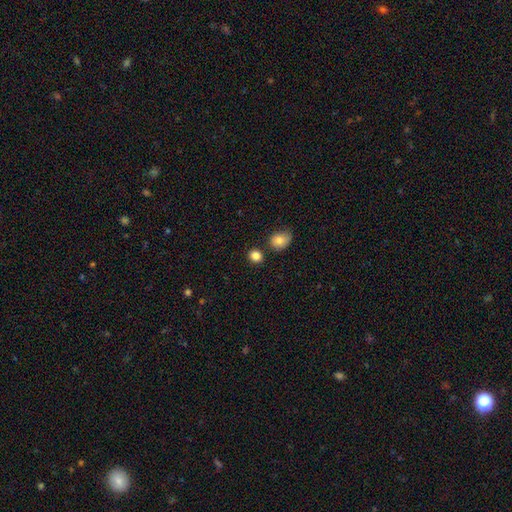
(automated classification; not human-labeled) Smooth or featured? Predicted: smooth (p=0.85). How rounded? Predicted: round (p=0.78). Merging? Predicted: none (p=0.79).